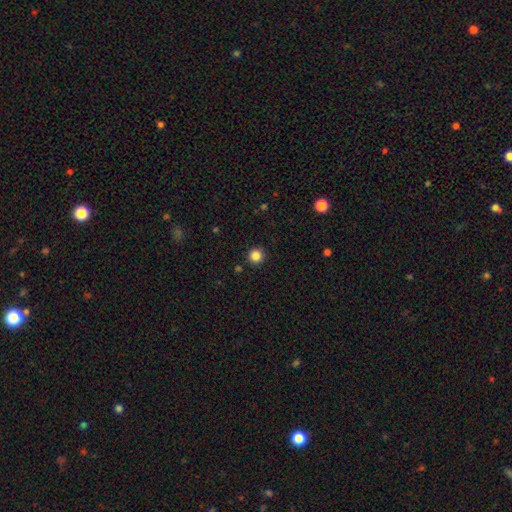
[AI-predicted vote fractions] The model was most divided on "smooth or featured": smooth: 85%, star or artifact: 11%, featured or disk: 4%. More confident: how rounded — round (95%); merging — none (92%).